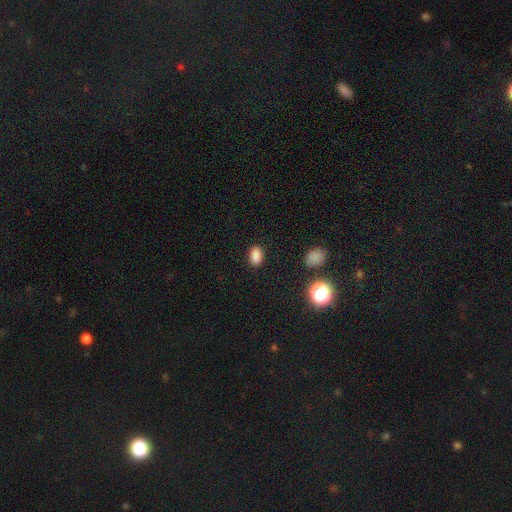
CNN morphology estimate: A smooth galaxy with no disk features (85%) that is in between round and cigar-shaped (87%).

Vote fractions:
- Smooth or featured? smooth: 85% / star or artifact: 11% / featured or disk: 4%
- How rounded? in between: 87% / round: 11% / cigar-shaped: 2%
- Merging? none: 88% / minor disturbance: 9% / major disturbance: 2% / merger: 1%